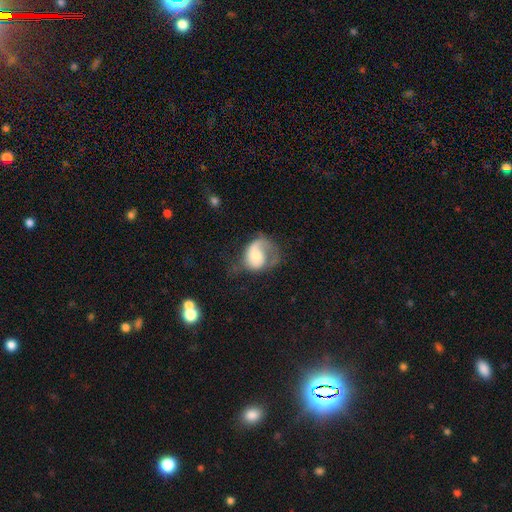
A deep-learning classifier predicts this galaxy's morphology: type=featured or disk (50%); merging=major disturbance (47%).